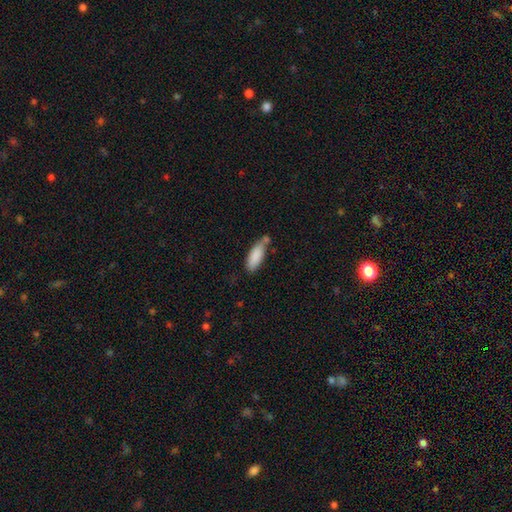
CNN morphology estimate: The model was most divided on "merging": none: 49%, minor disturbance: 24%, merger: 20%, major disturbance: 6%. More confident: smooth or featured — smooth (86%); how rounded — in between (68%).